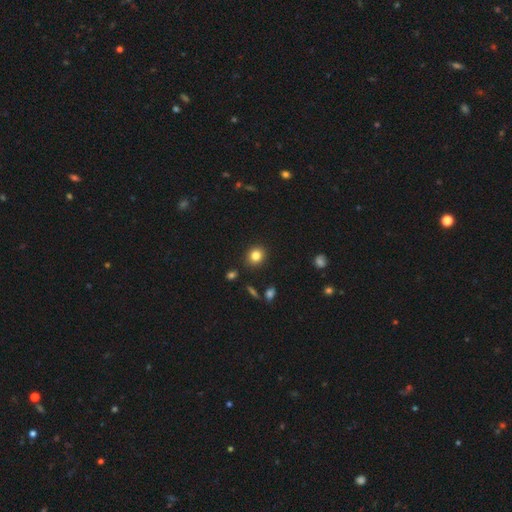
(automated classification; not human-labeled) smooth_or_featured: smooth (p=0.83) [alt: star or artifact p=0.11]
how_rounded: round (p=0.77) [alt: in between p=0.22]
merging: none (p=0.89) [alt: minor disturbance p=0.07]